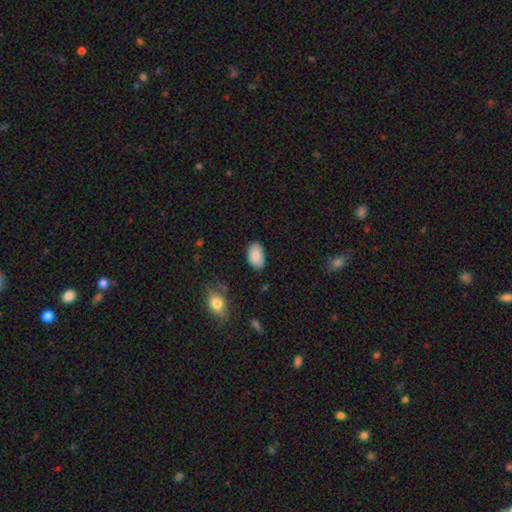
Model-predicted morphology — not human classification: This appears to be a smooth galaxy with no disk features (87%) that is in between round and cigar-shaped (93%). Merging: none (79%).